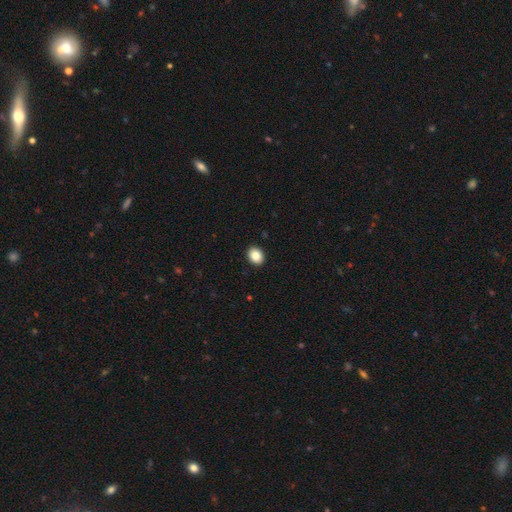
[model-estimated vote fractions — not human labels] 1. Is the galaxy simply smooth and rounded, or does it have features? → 86% smooth, 8% star or artifact, 5% featured or disk.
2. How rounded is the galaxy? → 54% in between, 46% round, 1% cigar-shaped.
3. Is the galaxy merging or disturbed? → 92% none, 5% minor disturbance, 1% major disturbance, 1% merger.